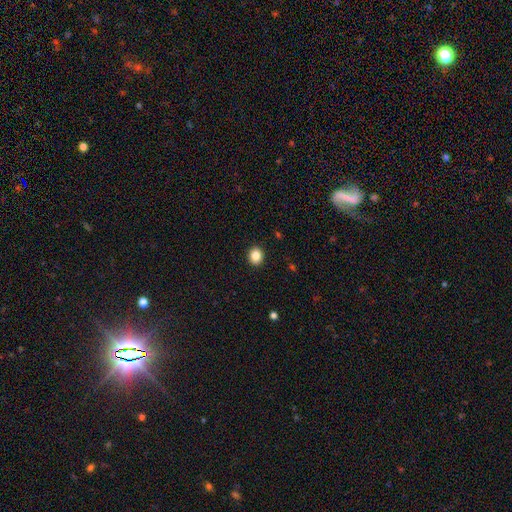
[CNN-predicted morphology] type=smooth (86%); roundness=round (75%); merging=none (93%).